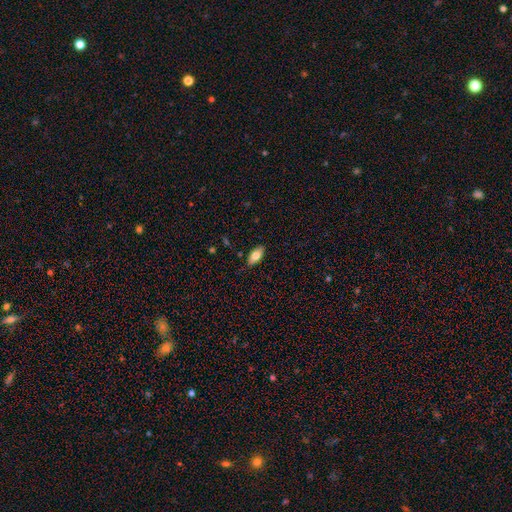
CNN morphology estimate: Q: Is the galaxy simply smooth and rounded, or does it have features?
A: smooth — 79%.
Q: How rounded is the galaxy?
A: in between — 90%.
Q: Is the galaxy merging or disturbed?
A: none — 85%.